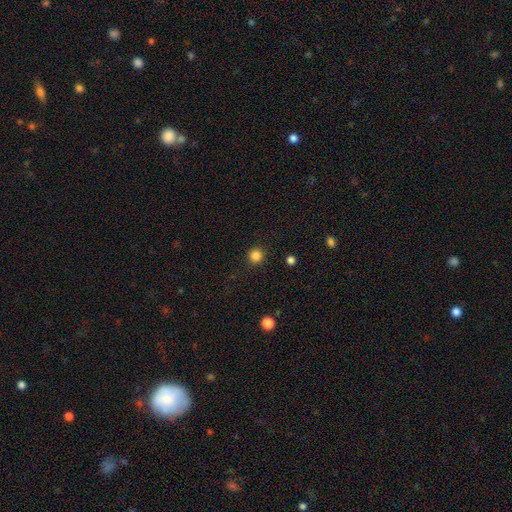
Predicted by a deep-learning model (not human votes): This is clearly a smooth galaxy (85%). How rounded: clearly round (94%). Merging: clearly none (92%).